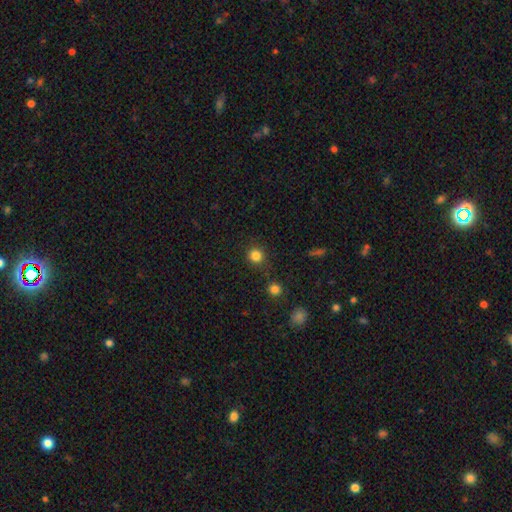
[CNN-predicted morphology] This is clearly a smooth galaxy (83%). How rounded: clearly round (91%). Merging: clearly none (85%).